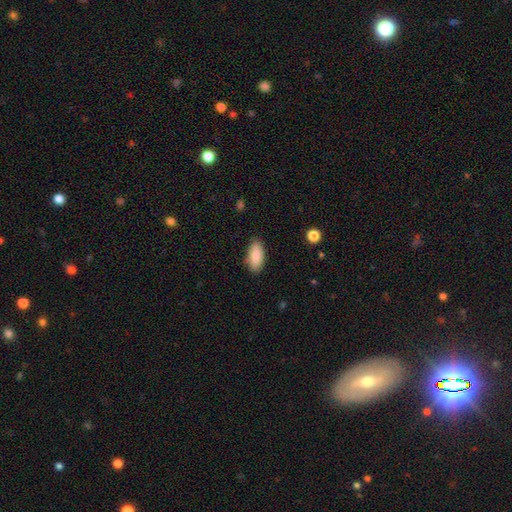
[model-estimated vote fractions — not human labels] Smooth or featured: smooth — 89% (star or artifact — 6%)
How rounded: in between — 87% (cigar-shaped — 11%)
Merging: none — 85% (minor disturbance — 11%)